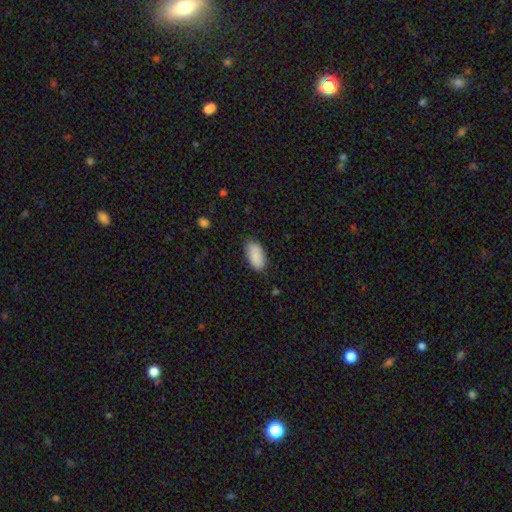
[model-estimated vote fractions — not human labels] This is clearly a smooth galaxy (90%). How rounded: clearly in between (93%). Merging: clearly none (82%).